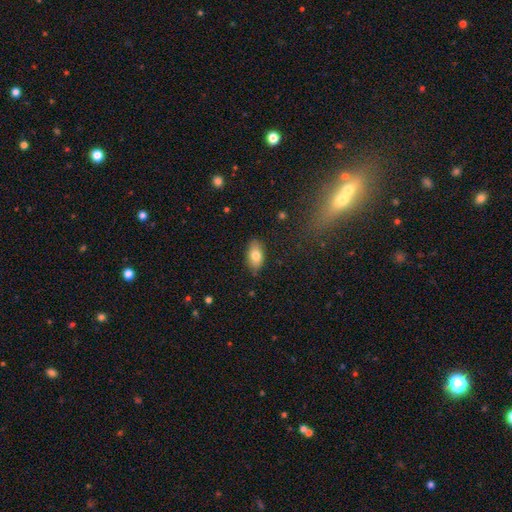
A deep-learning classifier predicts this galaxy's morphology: The model was most divided on "smooth or featured": smooth: 79%, featured or disk: 14%, star or artifact: 7%. More confident: how rounded — in between (92%); merging — none (85%).